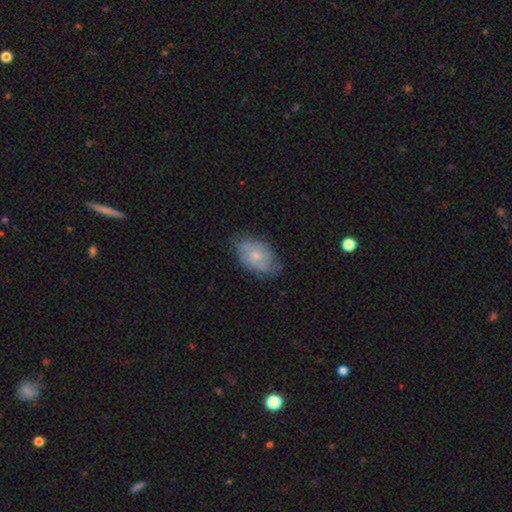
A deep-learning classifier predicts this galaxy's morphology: Smooth or featured: featured or disk — 52% (smooth — 41%)
Edge-on disk: no — 96% (yes — 4%)
Merging: none — 61% (minor disturbance — 29%)